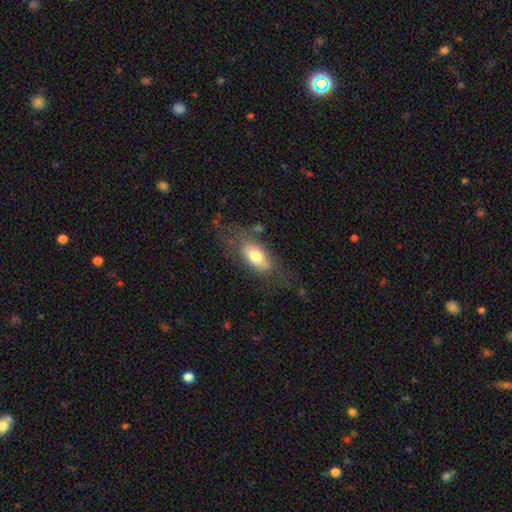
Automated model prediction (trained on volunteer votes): Overall: smooth (67%). How rounded: in between (87%). Merging: none (56%; minor disturbance 23%).